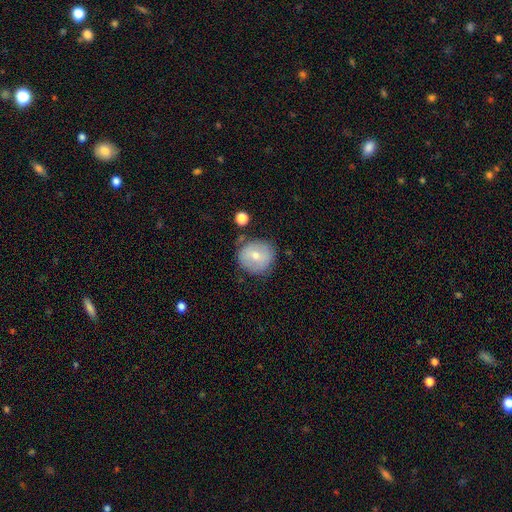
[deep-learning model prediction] Morphology: type=smooth (65%); roundness=round (90%); merging=none (74%).